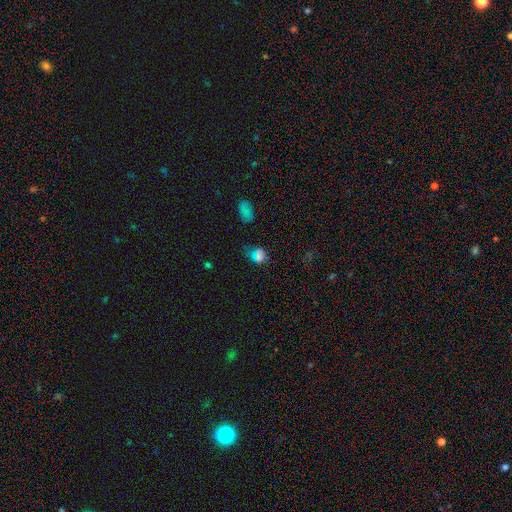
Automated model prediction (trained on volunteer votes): Morphology: type=smooth (58%); roundness=in between (63%); merging=none (55%).